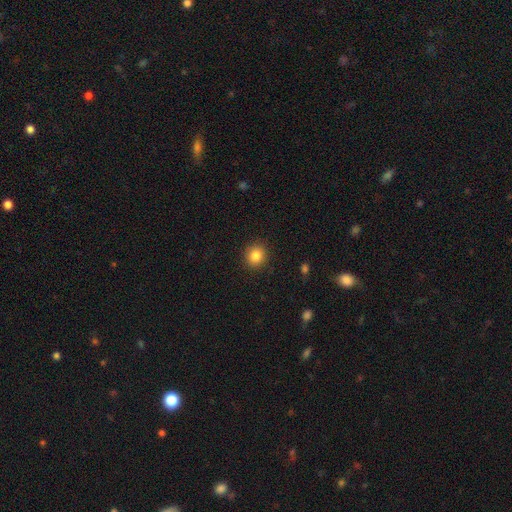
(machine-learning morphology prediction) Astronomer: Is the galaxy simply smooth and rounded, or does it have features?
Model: smooth — 85%.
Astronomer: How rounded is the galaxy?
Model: round — 83%.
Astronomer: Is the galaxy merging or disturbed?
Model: none — 90%.